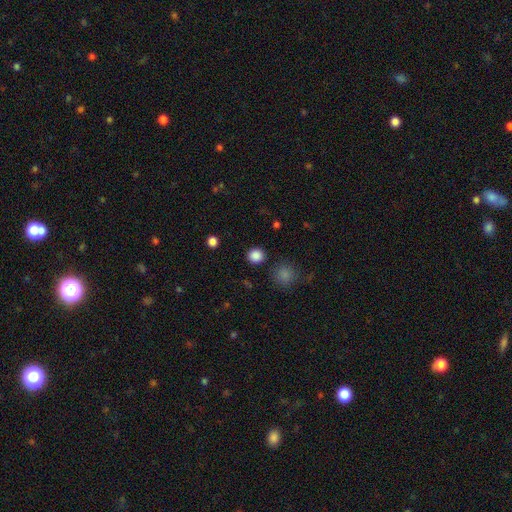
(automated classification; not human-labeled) Smooth or featured: smooth — 85% (star or artifact — 11%)
How rounded: round — 89% (in between — 10%)
Merging: none — 89% (minor disturbance — 6%)